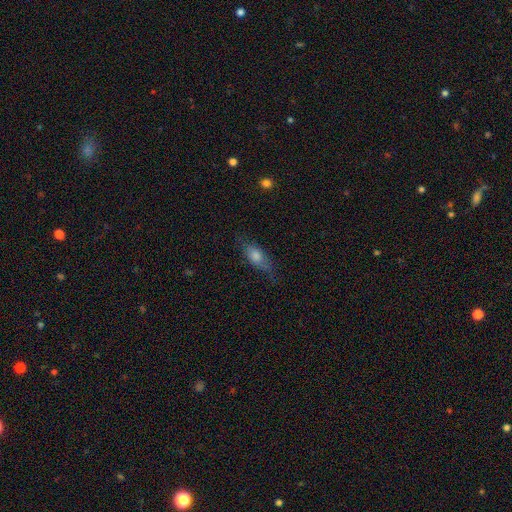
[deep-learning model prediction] Smooth or featured? Predicted: smooth (p=0.61). How rounded? Predicted: in between (p=0.63). Merging? Predicted: none (p=0.69).